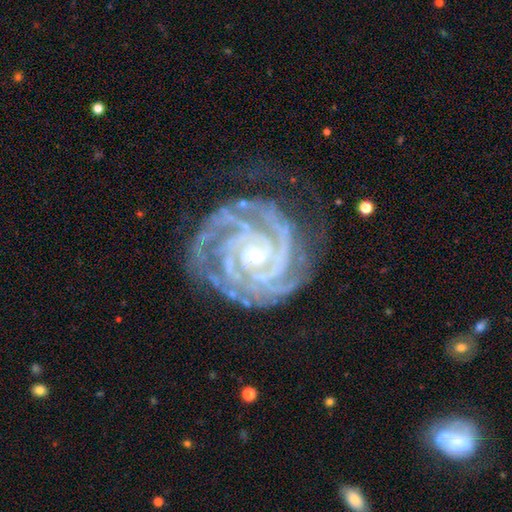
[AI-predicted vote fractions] Smooth or featured: featured or disk — 93% (star or artifact — 5%)
Edge-on disk: no — 98% (yes — 2%)
Bar: no — 66% (weak — 22%)
Spiral arms: yes — 99% (no — 1%)
Spiral winding: tight — 83% (medium — 15%)
Spiral arm count: 3 — 31% (2 — 21%)
Bulge size: small — 58% (moderate — 37%)
Merging: none — 69% (minor disturbance — 20%)